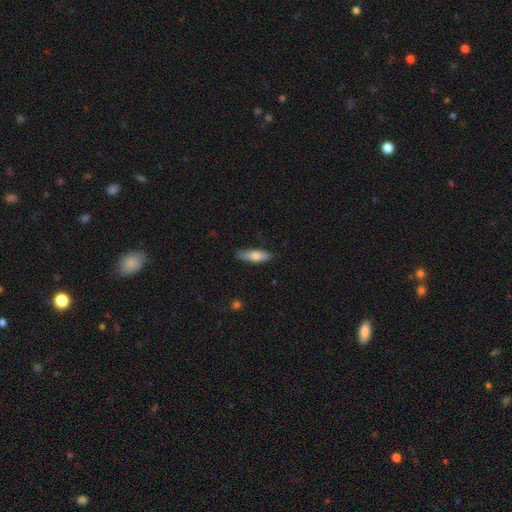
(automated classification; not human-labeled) smooth 73%, featured or disk 21%, star or artifact 6%. Down the decision tree: how rounded — cigar-shaped (56%); merging — none (83%).